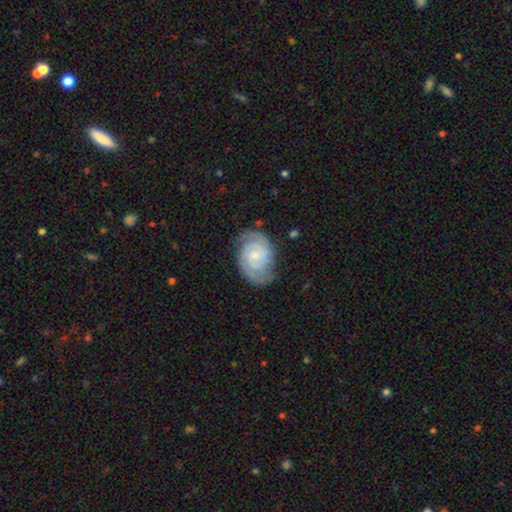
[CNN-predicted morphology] Q: Smooth or featured?
A: featured or disk (82%); runner-up: smooth (12%)
Q: Edge-on disk?
A: no (98%); runner-up: yes (2%)
Q: Bar?
A: no (60%); runner-up: weak (35%)
Q: Spiral arms?
A: yes (97%); runner-up: no (3%)
Q: Spiral winding?
A: tight (60%); runner-up: medium (33%)
Q: Spiral arm count?
A: 2 (79%); runner-up: can't tell (9%)
Q: Bulge size?
A: small (66%); runner-up: moderate (26%)
Q: Merging?
A: none (75%); runner-up: minor disturbance (18%)